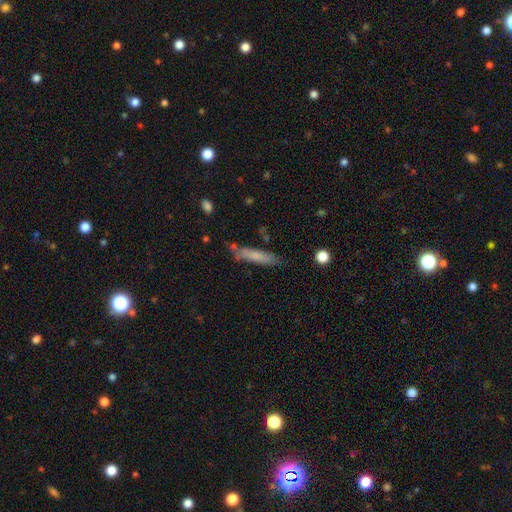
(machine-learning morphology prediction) Smooth or featured?
  - smooth: 71% *
  - featured or disk: 22%
  - star or artifact: 7%
How rounded?
  - cigar-shaped: 85% *
  - in between: 13%
  - round: 2%
Merging?
  - none: 71% *
  - minor disturbance: 19%
  - merger: 6%
  - major disturbance: 5%